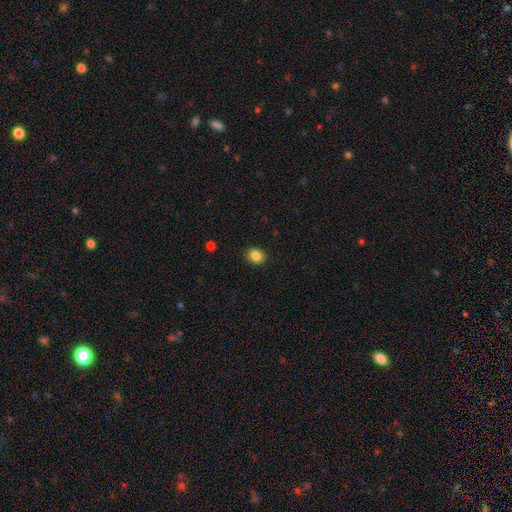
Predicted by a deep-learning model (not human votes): This is clearly a smooth galaxy (85%). How rounded: likely round (65%). Merging: clearly none (90%).